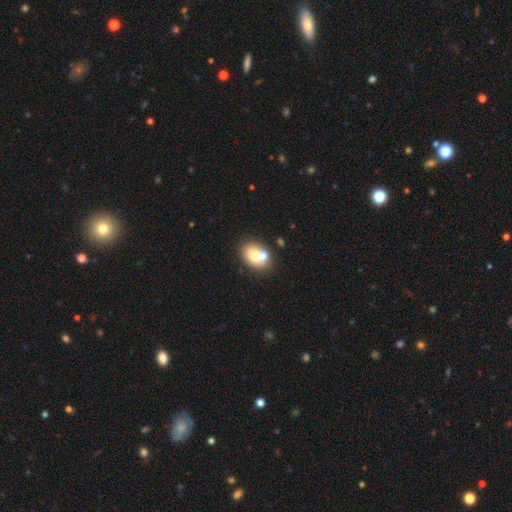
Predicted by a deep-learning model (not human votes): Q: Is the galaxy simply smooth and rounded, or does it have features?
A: smooth — 70%.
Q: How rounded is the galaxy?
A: in between — 68%.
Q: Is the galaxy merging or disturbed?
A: none — 55%.